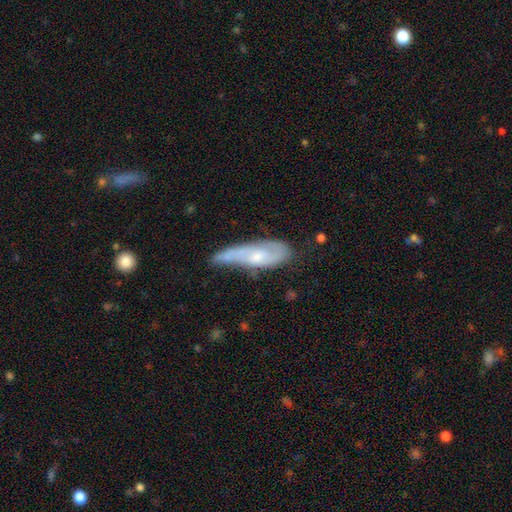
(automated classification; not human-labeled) The model was most divided on "merging": minor disturbance: 38%, none: 37%, major disturbance: 19%, merger: 6%. More confident: edge-on disk — no (77%); smooth or featured — featured or disk (56%).